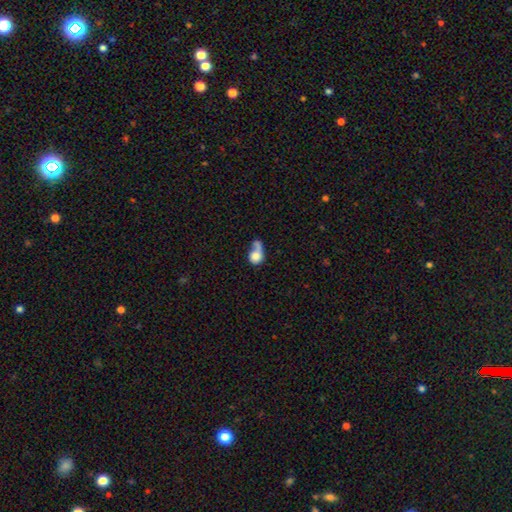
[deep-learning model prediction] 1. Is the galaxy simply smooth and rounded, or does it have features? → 72% smooth, 20% featured or disk, 8% star or artifact.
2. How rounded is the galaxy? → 61% round, 36% in between, 3% cigar-shaped.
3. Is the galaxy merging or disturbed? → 37% merger, 25% major disturbance, 24% none, 14% minor disturbance.